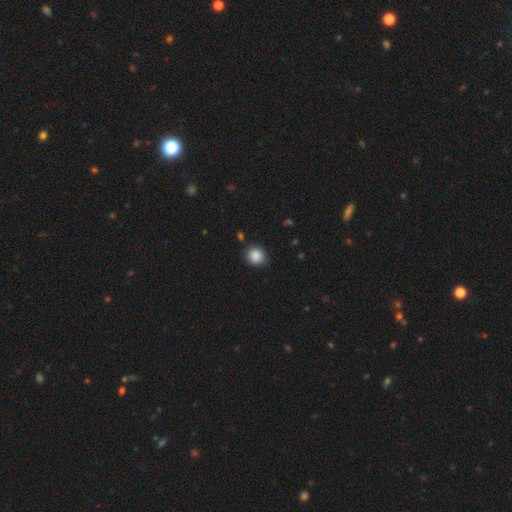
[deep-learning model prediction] smooth-or-featured: smooth: 87% | star or artifact: 9% | featured or disk: 4%
  how-rounded: round: 84% | in between: 15% | cigar-shaped: 1%
  merging: none: 84% | minor disturbance: 11% | major disturbance: 3% | merger: 2%